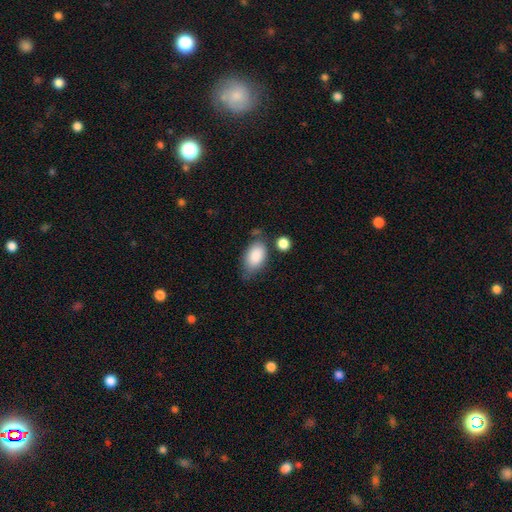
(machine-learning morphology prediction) Smooth or featured? smooth (85%)
How rounded? in between (92%)
Merging? none (60%)